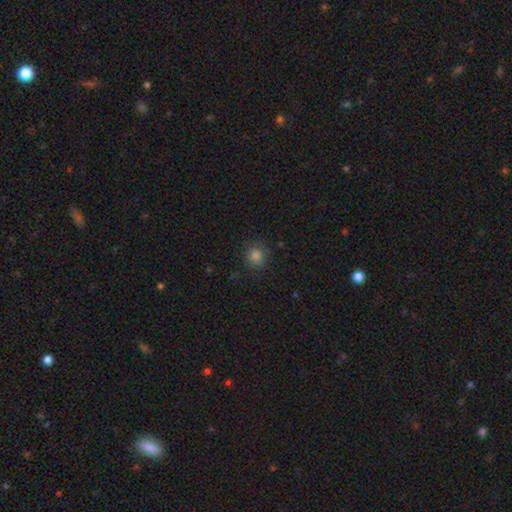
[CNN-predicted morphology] type=smooth (81%); roundness=round (90%); merging=none (86%).